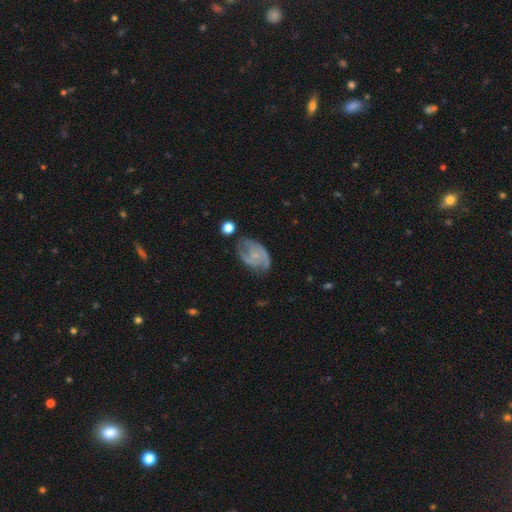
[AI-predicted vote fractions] smooth_or_featured: featured or disk (p=0.71) [alt: smooth p=0.22]
disk_edge_on: no (p=0.97) [alt: yes p=0.03]
bar: no (p=0.67) [alt: weak p=0.28]
has_spiral_arms: yes (p=0.87) [alt: no p=0.13]
spiral_winding: medium (p=0.45) [alt: tight p=0.34]
spiral_arm_count: 2 (p=0.56) [alt: can't tell p=0.22]
bulge_size: small (p=0.65) [alt: none p=0.19]
merging: none (p=0.54) [alt: minor disturbance p=0.28]